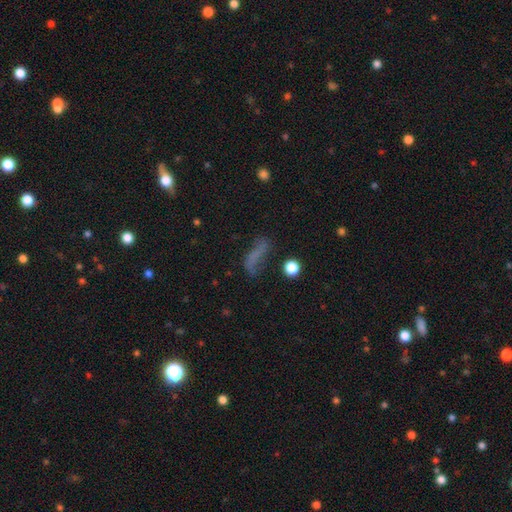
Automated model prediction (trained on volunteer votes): Morphology: type=smooth (43%); merging=none (51%).